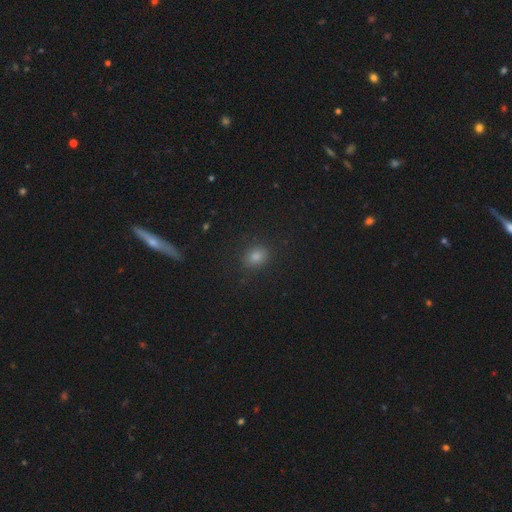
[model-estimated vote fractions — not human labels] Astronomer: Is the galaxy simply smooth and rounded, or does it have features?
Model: smooth — 77%.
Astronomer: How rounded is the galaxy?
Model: round — 60% (runner-up: in between, 37%).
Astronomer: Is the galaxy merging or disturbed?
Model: none — 88%.